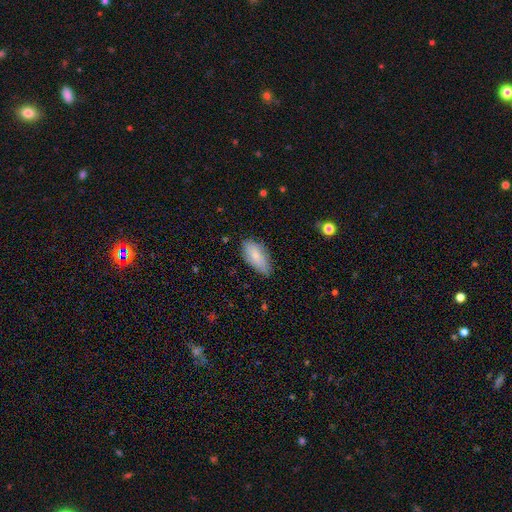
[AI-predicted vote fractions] smooth 78%, featured or disk 16%, star or artifact 7%. Down the decision tree: how rounded — in between (90%); merging — none (77%).